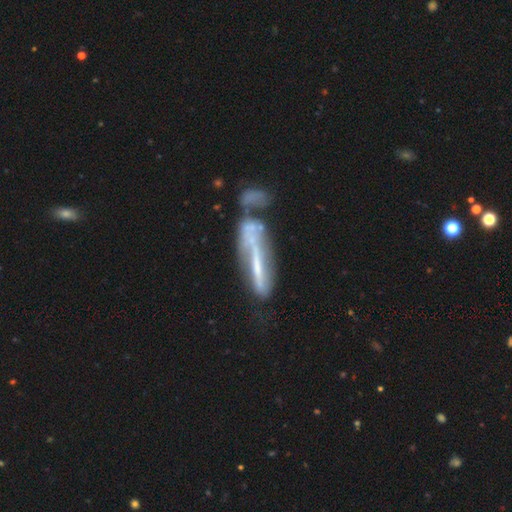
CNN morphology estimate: smooth_or_featured: featured or disk (p=0.67) [alt: smooth p=0.24]
disk_edge_on: no (p=0.57) [alt: yes p=0.43]
merging: merger (p=0.43) [alt: none p=0.24]